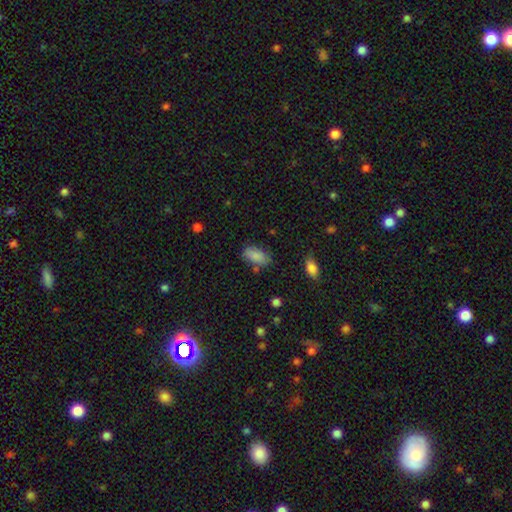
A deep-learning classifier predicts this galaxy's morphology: smooth_or_featured: smooth (p=0.85) [alt: featured or disk p=0.08]
how_rounded: in between (p=0.92) [alt: cigar-shaped p=0.04]
merging: none (p=0.72) [alt: minor disturbance p=0.19]